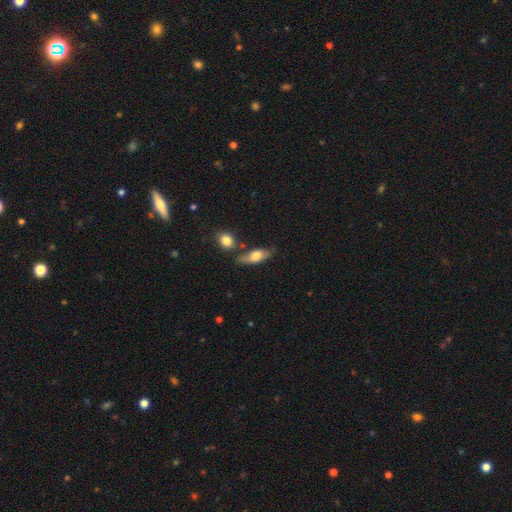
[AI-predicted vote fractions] A smooth galaxy with no disk features (64%) that is in between round and cigar-shaped (72%).

Vote fractions:
- Smooth or featured? smooth: 64% / featured or disk: 30% / star or artifact: 7%
- How rounded? in between: 72% / cigar-shaped: 23% / round: 5%
- Merging? none: 60% / minor disturbance: 21% / merger: 14% / major disturbance: 6%